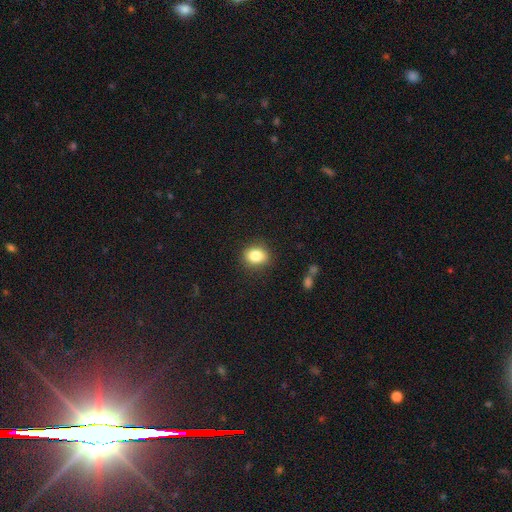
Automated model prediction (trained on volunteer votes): Smooth or featured: smooth — 85% (star or artifact — 10%)
How rounded: round — 52% (in between — 47%)
Merging: none — 86% (minor disturbance — 10%)